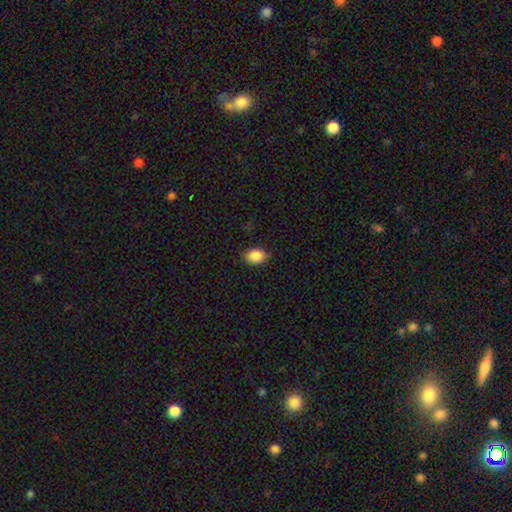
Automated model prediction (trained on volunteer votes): Q: Smooth or featured?
A: smooth (88%); runner-up: star or artifact (8%)
Q: How rounded?
A: in between (72%); runner-up: round (27%)
Q: Merging?
A: none (85%); runner-up: minor disturbance (11%)